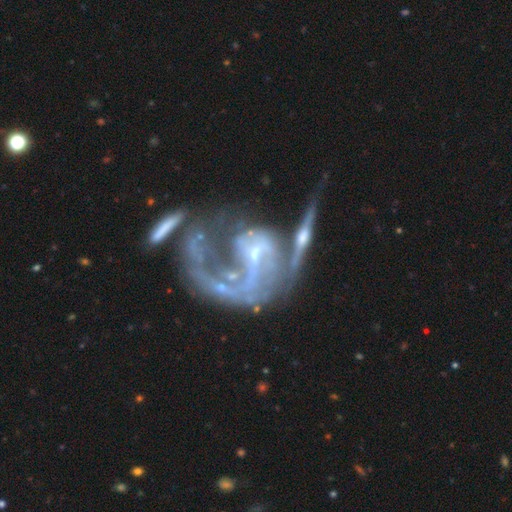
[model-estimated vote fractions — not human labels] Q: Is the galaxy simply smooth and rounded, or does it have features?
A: featured or disk — 83%.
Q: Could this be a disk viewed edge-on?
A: no — 95%.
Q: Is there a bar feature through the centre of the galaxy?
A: no — 47%.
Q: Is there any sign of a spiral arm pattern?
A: yes — 76%.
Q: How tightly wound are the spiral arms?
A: loose — 51%.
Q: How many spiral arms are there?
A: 1 — 43%.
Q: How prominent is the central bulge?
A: small — 55%.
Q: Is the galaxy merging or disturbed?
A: merger — 40%.